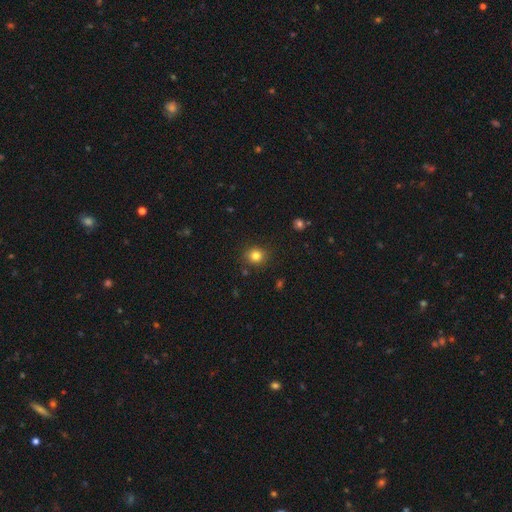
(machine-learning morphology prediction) Overall: smooth (82%). How rounded: round (83%). Merging: none (88%).